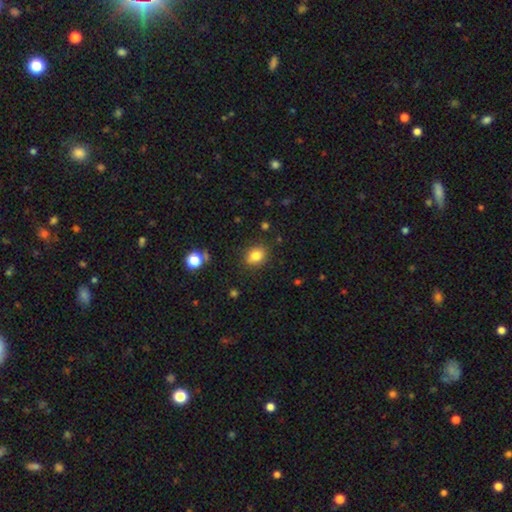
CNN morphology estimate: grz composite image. It shows a smooth galaxy with no disk features (80%) that is round (55%). Merging: none (82%).